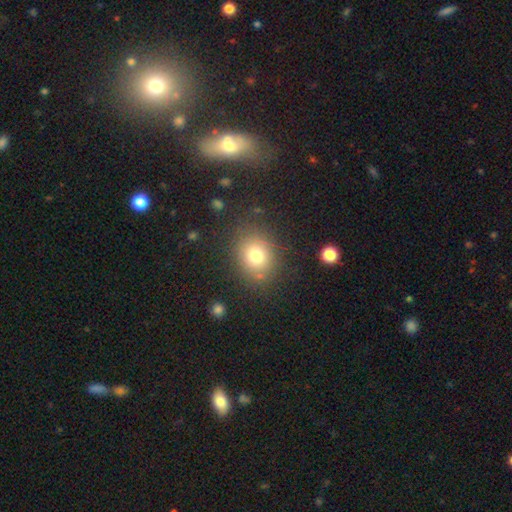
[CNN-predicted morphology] Smooth or featured? Predicted: smooth (p=0.76). How rounded? Predicted: round (p=0.63). Merging? Predicted: none (p=0.80).